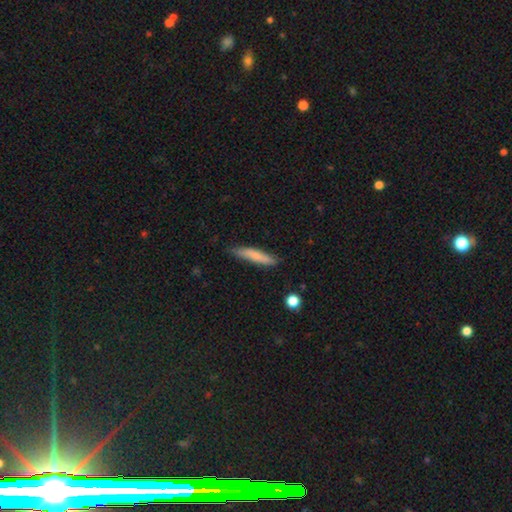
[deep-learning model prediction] Smooth or featured? smooth (72%)
How rounded? cigar-shaped (89%)
Merging? none (79%)